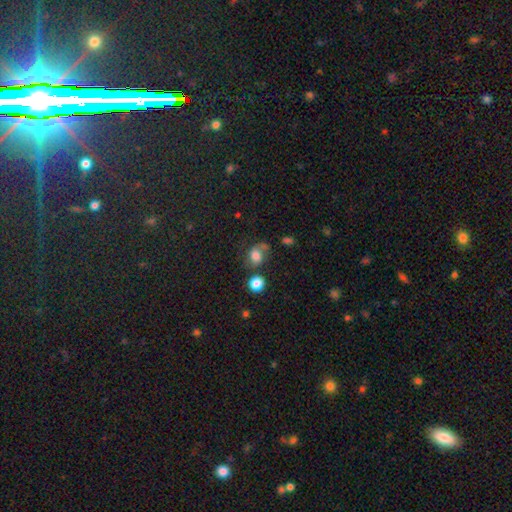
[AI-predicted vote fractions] This appears to be a smooth galaxy with no disk features (66%) that is round (53%). Merging: none (43%).